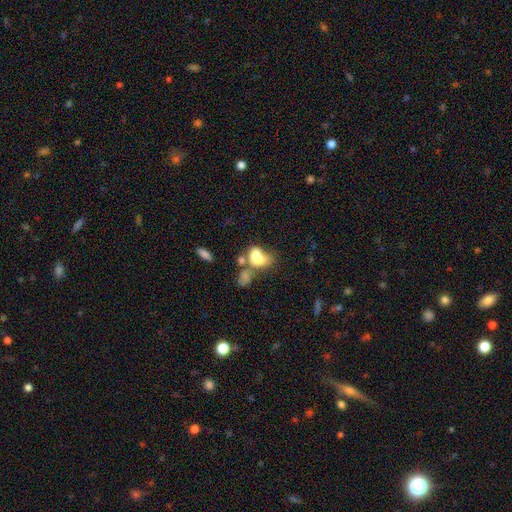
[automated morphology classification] smooth-or-featured: smooth: 64% | featured or disk: 24% | star or artifact: 12%
  how-rounded: in between: 76% | round: 22% | cigar-shaped: 2%
  merging: merger: 55% | major disturbance: 19% | none: 14% | minor disturbance: 11%